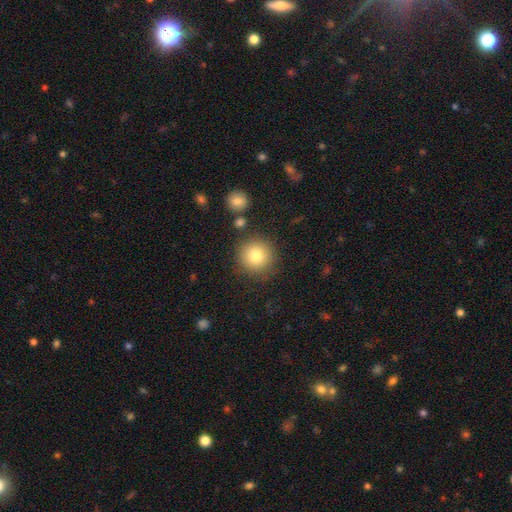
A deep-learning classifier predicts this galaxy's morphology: A smooth galaxy with no disk features (81%) that is round (94%). Merging: none (85%).